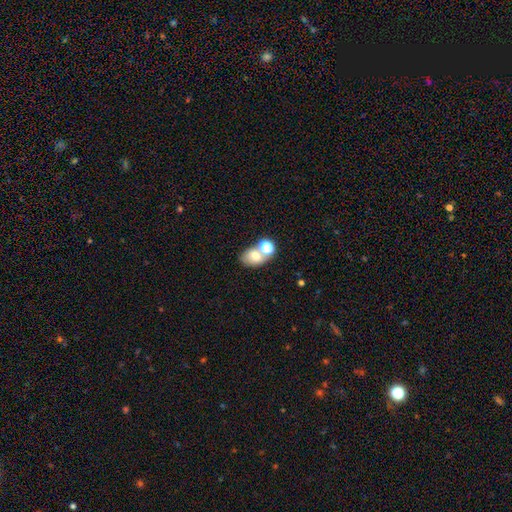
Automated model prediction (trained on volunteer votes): Morphology: type=smooth (67%); roundness=in between (69%); merging=merger (43%).